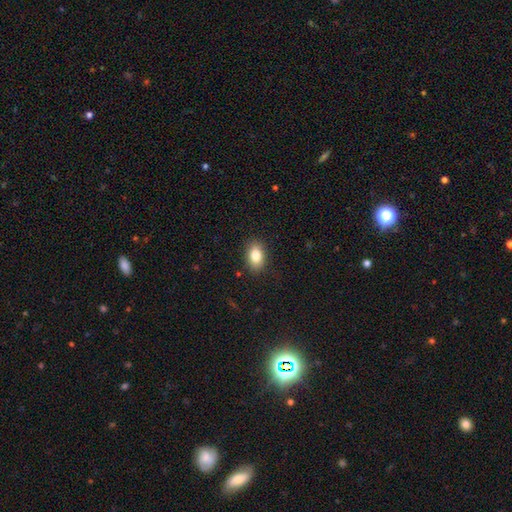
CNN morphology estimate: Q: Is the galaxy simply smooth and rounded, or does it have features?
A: smooth — 82%.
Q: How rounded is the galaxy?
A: in between — 85%.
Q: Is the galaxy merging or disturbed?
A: none — 87%.